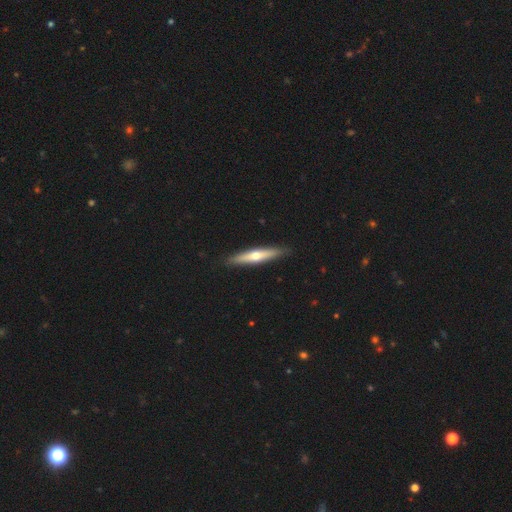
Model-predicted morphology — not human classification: Q: Smooth or featured?
A: featured or disk (51%); runner-up: smooth (44%)
Q: Edge-on disk?
A: yes (92%); runner-up: no (8%)
Q: Merging?
A: none (90%); runner-up: minor disturbance (7%)